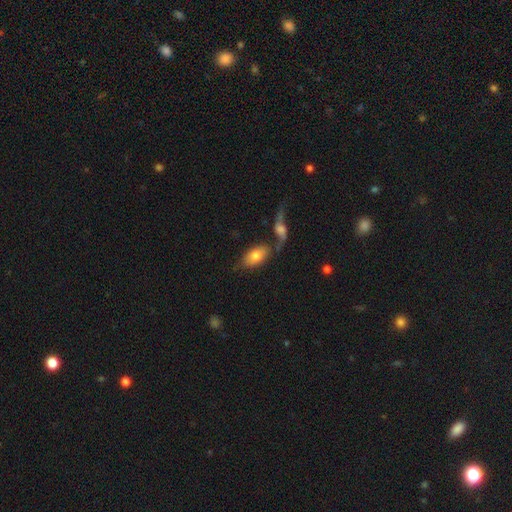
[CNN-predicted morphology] Smooth or featured?
  - smooth: 73% *
  - featured or disk: 21%
  - star or artifact: 7%
How rounded?
  - in between: 92% *
  - round: 5%
  - cigar-shaped: 4%
Merging?
  - none: 46% *
  - merger: 32%
  - minor disturbance: 14%
  - major disturbance: 8%